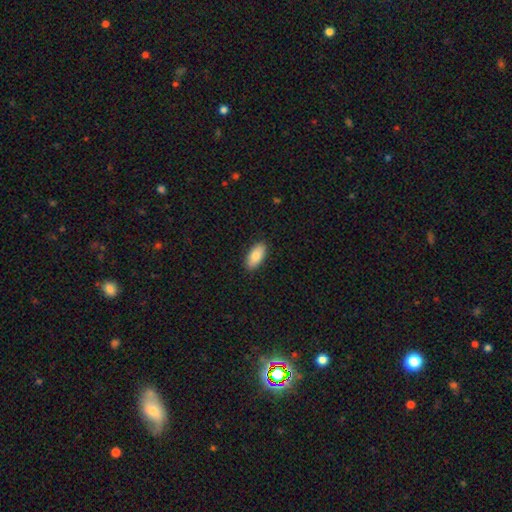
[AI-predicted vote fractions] Smooth or featured: smooth — 84% (featured or disk — 10%)
How rounded: in between — 92% (cigar-shaped — 6%)
Merging: none — 89% (minor disturbance — 8%)